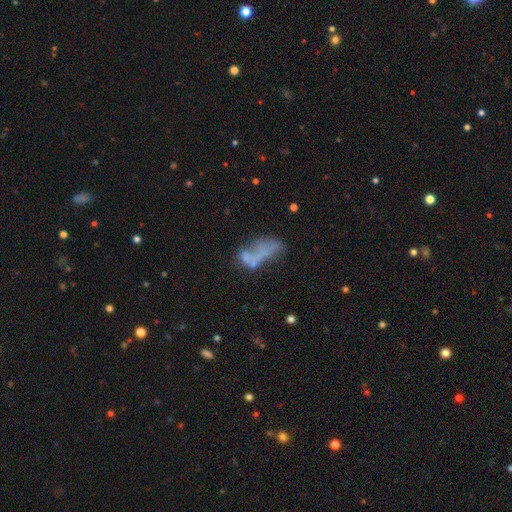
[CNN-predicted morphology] The model was most divided on "merging": major disturbance: 28%, none: 27%, merger: 26%, minor disturbance: 19%. Remaining: smooth or featured — smooth (47%).